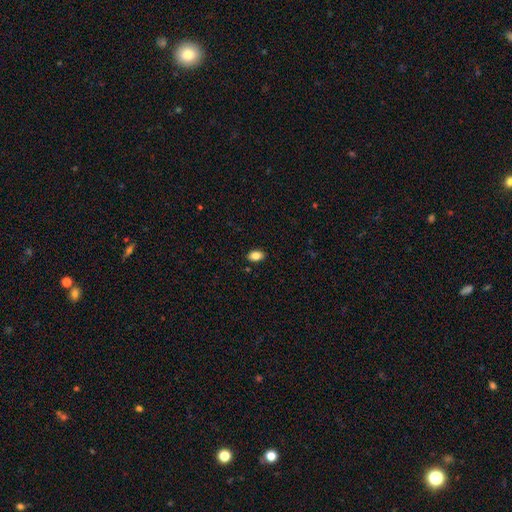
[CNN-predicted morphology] smooth-or-featured: smooth: 85% | star or artifact: 9% | featured or disk: 7%
  how-rounded: in between: 88% | round: 11% | cigar-shaped: 2%
  merging: none: 88% | minor disturbance: 9% | major disturbance: 2% | merger: 1%